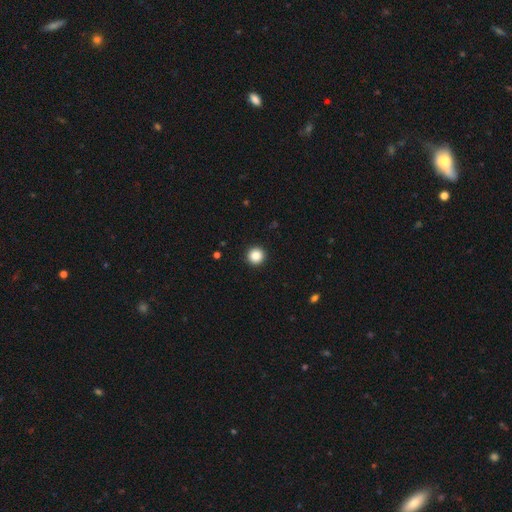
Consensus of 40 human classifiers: Smooth or featured?
  - smooth: 88% *
  - star or artifact: 10%
  - featured or disk: 2%
How rounded?
  - round: 100% *
  - in between: 0%
  - cigar-shaped: 0%
Merging?
  - none: 97% *
  - minor disturbance: 3%
  - major disturbance: 0%
  - merger: 0%